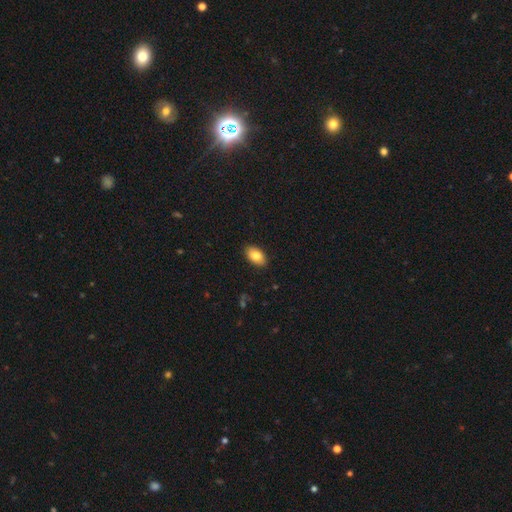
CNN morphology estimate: smooth-or-featured: smooth: 84% | featured or disk: 9% | star or artifact: 7%
  how-rounded: in between: 93% | round: 6% | cigar-shaped: 2%
  merging: none: 89% | minor disturbance: 8% | major disturbance: 2% | merger: 1%